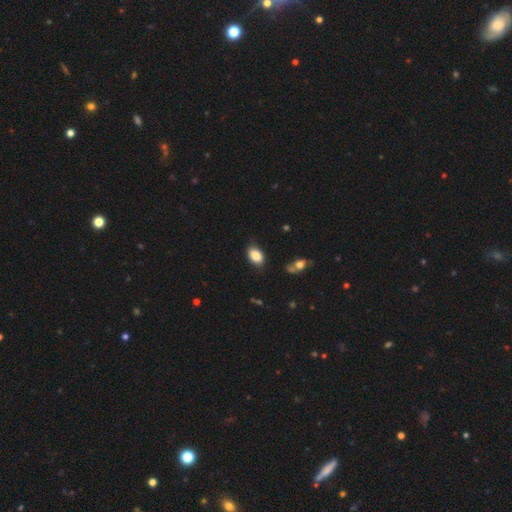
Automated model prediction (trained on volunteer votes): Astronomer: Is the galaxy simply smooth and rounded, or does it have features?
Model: smooth — 86%.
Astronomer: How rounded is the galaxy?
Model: in between — 87%.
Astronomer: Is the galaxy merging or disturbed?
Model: none — 79%.